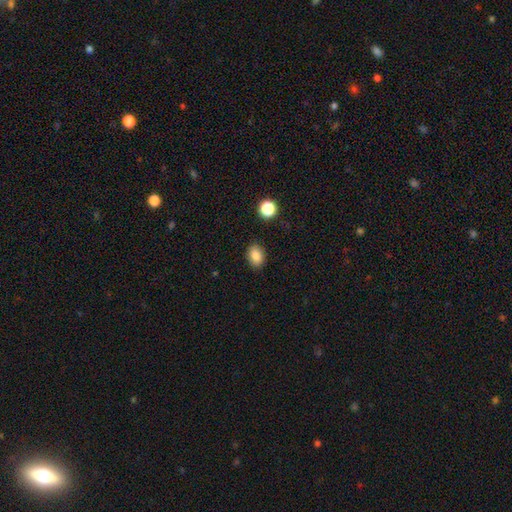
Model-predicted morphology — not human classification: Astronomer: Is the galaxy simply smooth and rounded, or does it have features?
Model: smooth — 84%.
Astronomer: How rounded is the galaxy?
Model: in between — 73%.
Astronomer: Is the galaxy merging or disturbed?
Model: none — 87%.